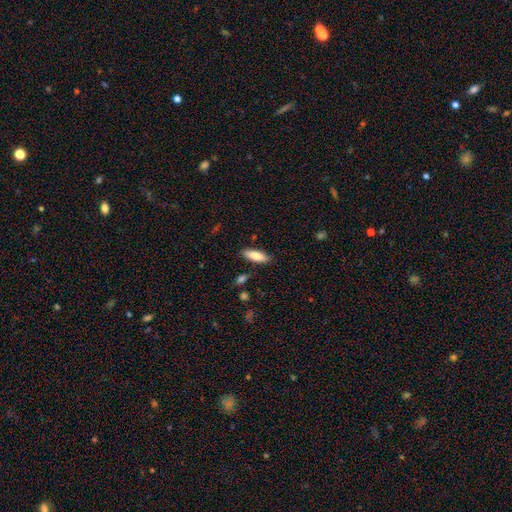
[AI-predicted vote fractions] This appears to be a smooth galaxy with no disk features (79%) that is in between round and cigar-shaped (65%). Merging: none (85%).